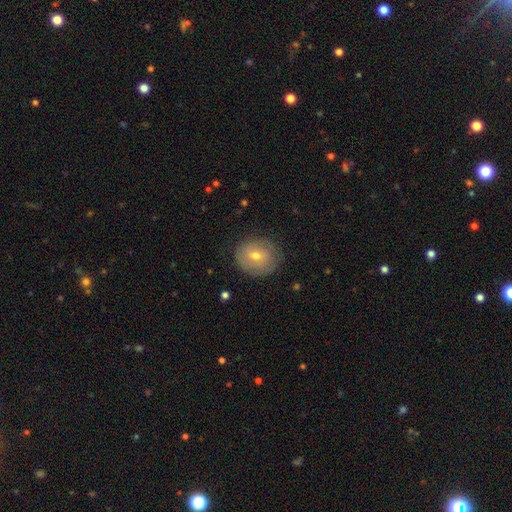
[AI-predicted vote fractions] Smooth or featured?
  - smooth: 58% *
  - featured or disk: 34%
  - star or artifact: 8%
How rounded?
  - round: 77% *
  - in between: 22%
  - cigar-shaped: 1%
Merging?
  - none: 78% *
  - minor disturbance: 16%
  - major disturbance: 5%
  - merger: 1%